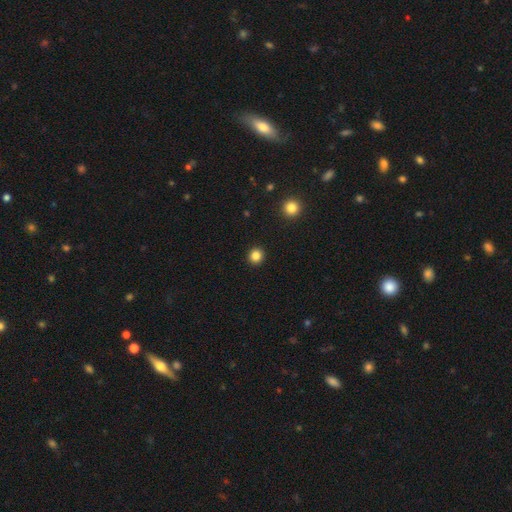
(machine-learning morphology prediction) smooth 83%, star or artifact 13%, featured or disk 4%. Down the decision tree: how rounded — round (92%); merging — none (93%).